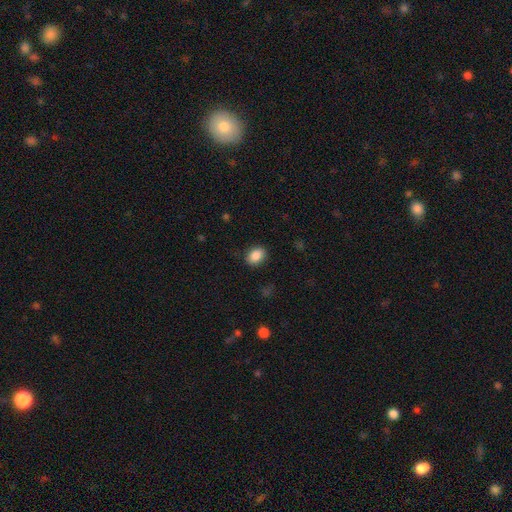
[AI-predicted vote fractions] Smooth or featured? Predicted: smooth (p=0.88). How rounded? Predicted: in between (p=0.68). Merging? Predicted: none (p=0.86).